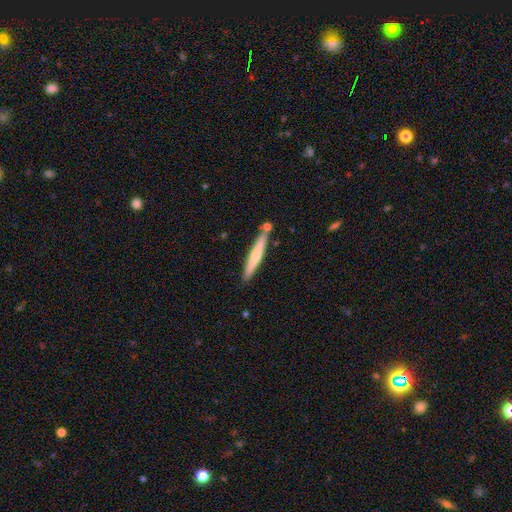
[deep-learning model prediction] smooth_or_featured: smooth (p=0.54) [alt: featured or disk p=0.40]
how_rounded: cigar-shaped (p=0.95) [alt: in between p=0.04]
merging: none (p=0.79) [alt: minor disturbance p=0.11]